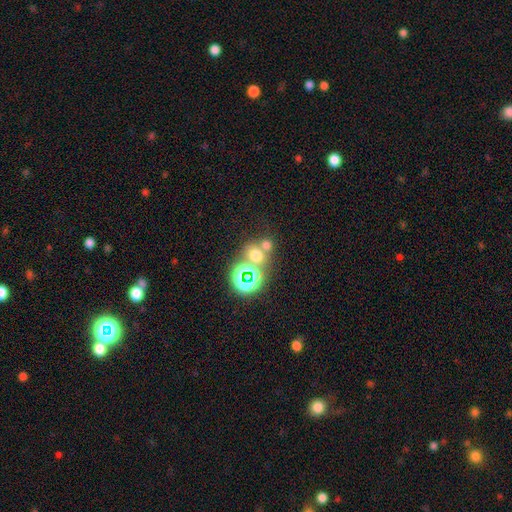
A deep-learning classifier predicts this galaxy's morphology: Smooth or featured? Predicted: smooth (p=0.56). How rounded? Predicted: round (p=0.79). Merging? Predicted: none (p=0.54).